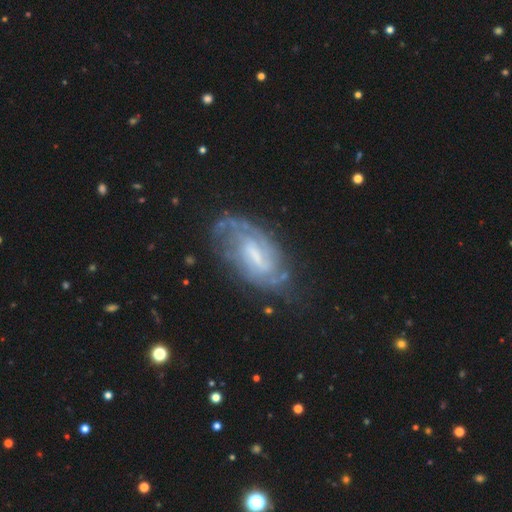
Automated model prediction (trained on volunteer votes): This is likely a featured or disk galaxy (79%). It is clearly not viewed edge-on (94%). Bar: possibly weak (53%). Spiral arm pattern: clearly yes (89%). Spiral arm count: marginally can't tell (43%). Spiral winding: possibly tight (53%). Central bulge: marginally small (38%). Merging: likely none (64%).